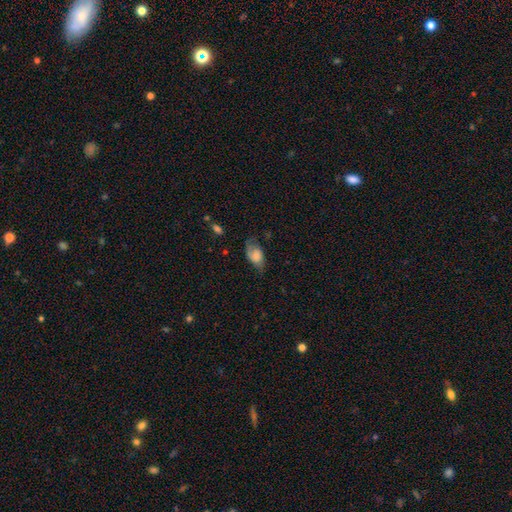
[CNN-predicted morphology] smooth_or_featured: smooth (p=0.57) [alt: featured or disk p=0.35]
how_rounded: in between (p=0.90) [alt: round p=0.08]
merging: none (p=0.47) [alt: minor disturbance p=0.33]